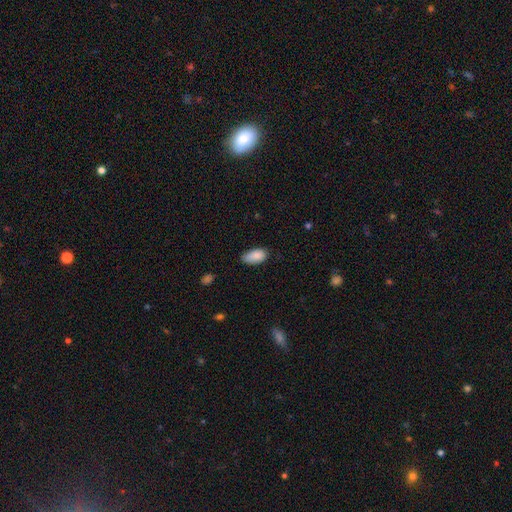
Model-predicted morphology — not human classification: This appears to be a smooth galaxy with no disk features (88%) that is in between round and cigar-shaped (94%). Merging: none (67%).